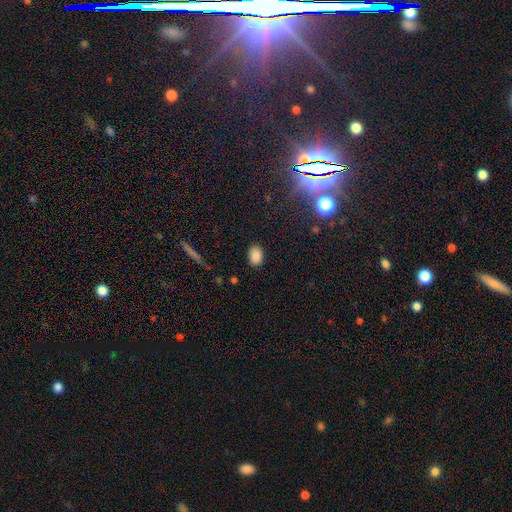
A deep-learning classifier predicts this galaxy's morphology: A smooth galaxy with no disk features (86%) that is in between round and cigar-shaped (84%). Merging: none (86%).